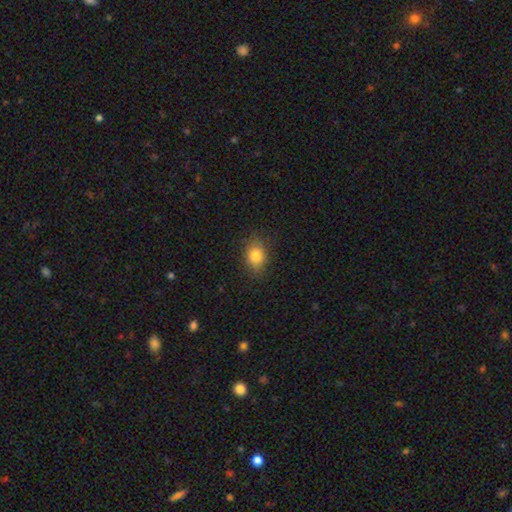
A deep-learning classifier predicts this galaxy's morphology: This is clearly a smooth galaxy (82%). How rounded: possibly in between (58%). Merging: clearly none (82%).